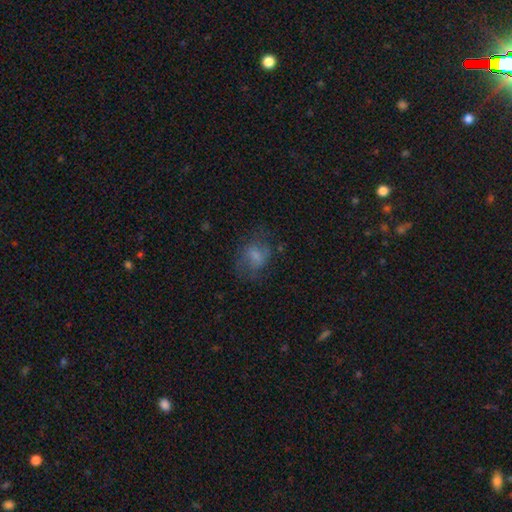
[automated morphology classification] The model was most divided on "how rounded": in between: 52%, round: 47%, cigar-shaped: 1%. More confident: smooth or featured — smooth (65%); merging — none (55%).